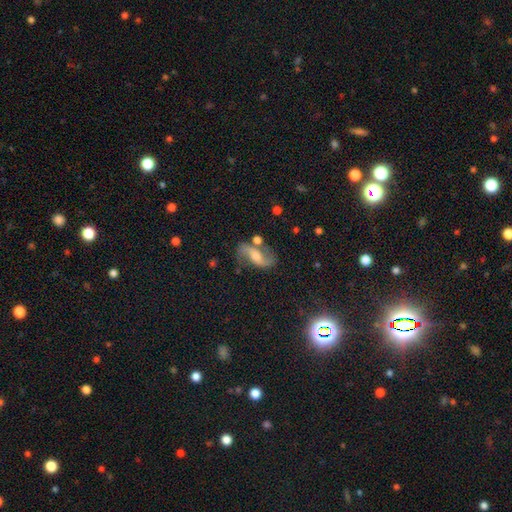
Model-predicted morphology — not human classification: This appears to be a featured or disk galaxy (80%) with no bar (40%, tied with weak), 2 (92%) loose (73%) spiral arms (94%) and a moderate central bulge (49%). Merging: none (68%).